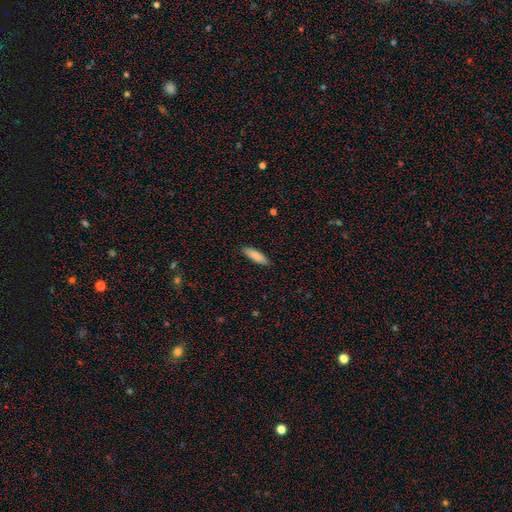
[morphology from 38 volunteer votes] Volunteers were most divided on "how rounded": cigar-shaped: 64%, in between: 32%, round: 4%. More confident: merging — none (92%); smooth or featured — smooth (74%).